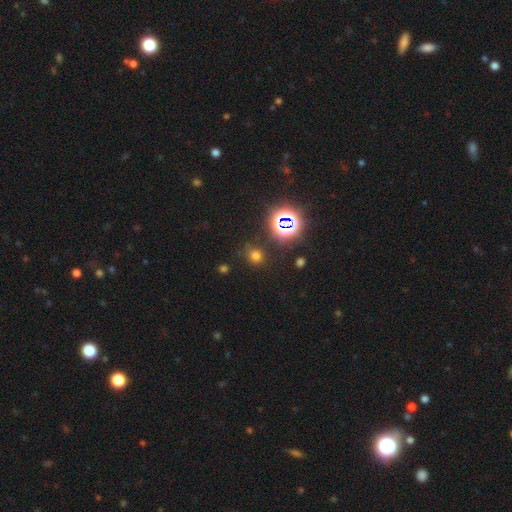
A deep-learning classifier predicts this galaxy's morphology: Smooth or featured? Predicted: smooth (p=0.63). How rounded? Predicted: round (p=0.71). Merging? Predicted: none (p=0.80).